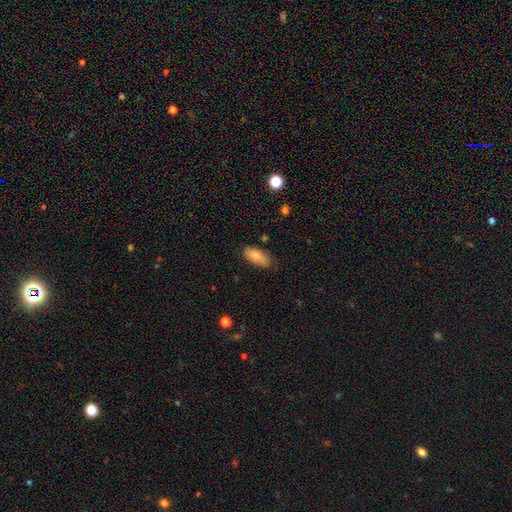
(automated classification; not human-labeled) A smooth galaxy with no disk features (80%) that is in between round and cigar-shaped (87%). Merging: none (75%).